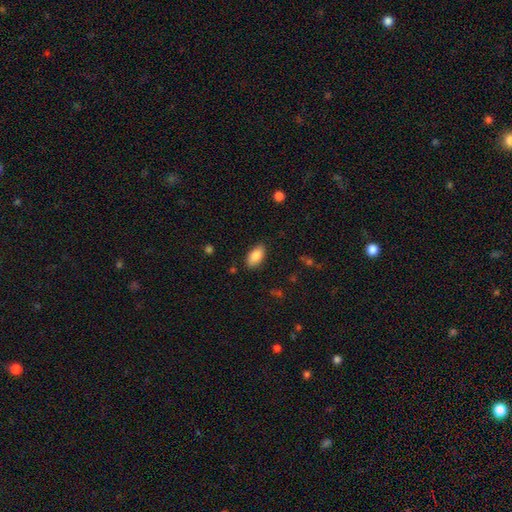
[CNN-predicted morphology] Overall: smooth (87%). How rounded: in between (93%). Merging: none (85%).